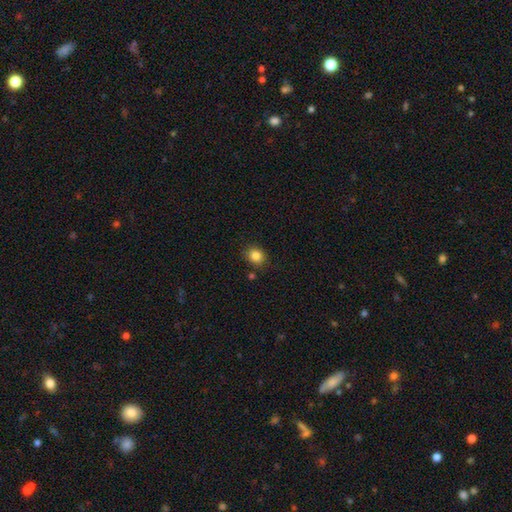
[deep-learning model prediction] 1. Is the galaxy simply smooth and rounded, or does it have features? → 85% smooth, 10% star or artifact, 5% featured or disk.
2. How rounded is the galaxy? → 67% round, 32% in between, 1% cigar-shaped.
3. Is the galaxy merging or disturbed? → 83% none, 11% minor disturbance, 3% merger, 3% major disturbance.